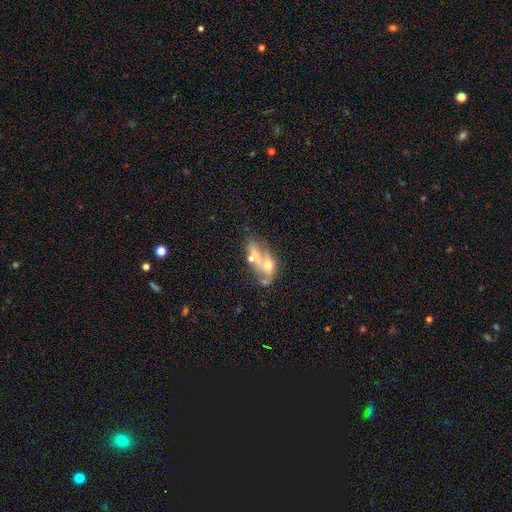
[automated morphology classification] The model was most divided on "smooth or featured": smooth: 44%, featured or disk: 43%, star or artifact: 13%. Remaining: merging — merger (45%).